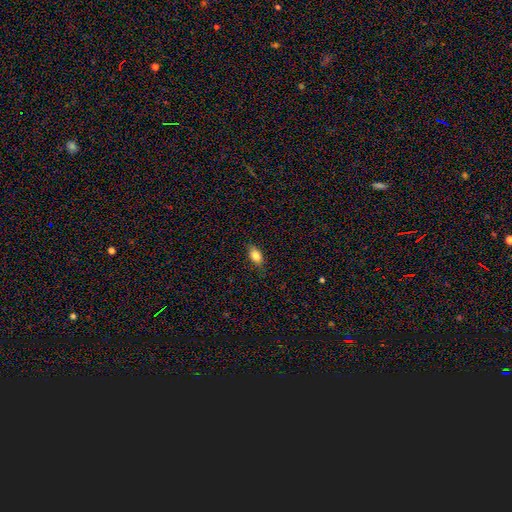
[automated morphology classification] smooth_or_featured: smooth (p=0.81) [alt: featured or disk p=0.11]
how_rounded: in between (p=0.85) [alt: cigar-shaped p=0.07]
merging: none (p=0.81) [alt: minor disturbance p=0.15]